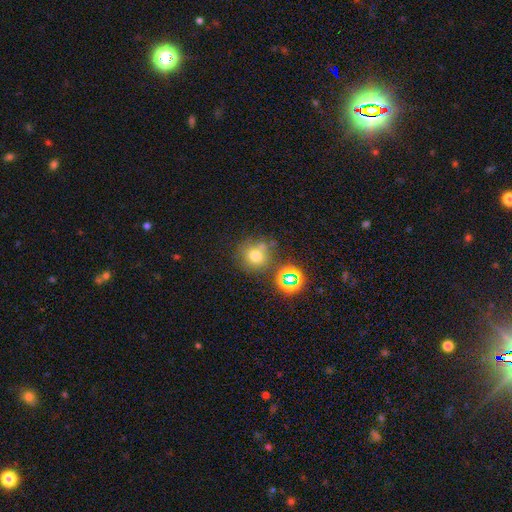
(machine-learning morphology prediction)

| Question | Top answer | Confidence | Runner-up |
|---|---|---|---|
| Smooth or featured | smooth | 65% | star or artifact (24%) |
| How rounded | round | 90% | in between (9%) |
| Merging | none | 69% | merger (13%) |